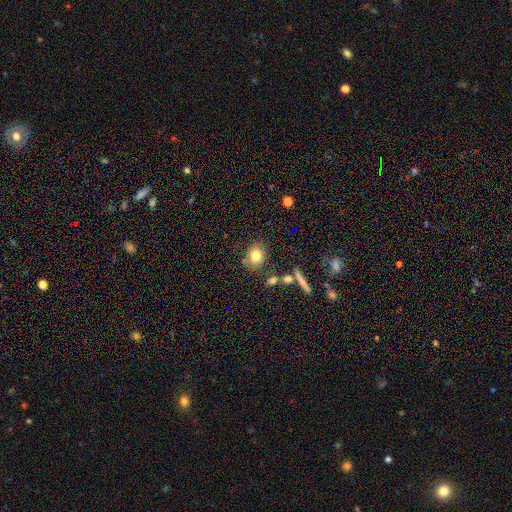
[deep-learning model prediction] This appears to be a smooth galaxy with no disk features (76%) that is round (51%). Merging: none (75%).